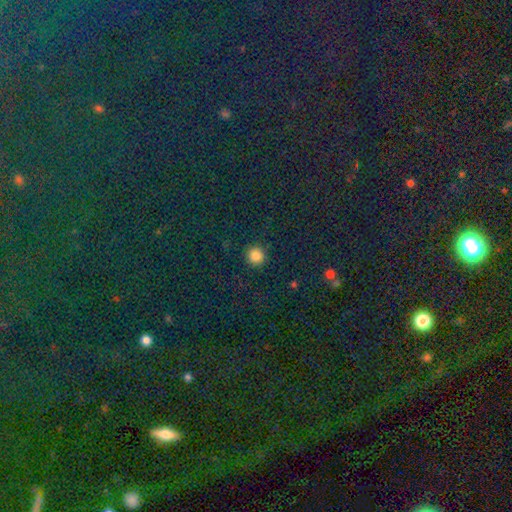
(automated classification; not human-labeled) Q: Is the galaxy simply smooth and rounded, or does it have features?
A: smooth — 84%.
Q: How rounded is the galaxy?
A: round — 93%.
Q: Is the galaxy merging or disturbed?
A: none — 90%.